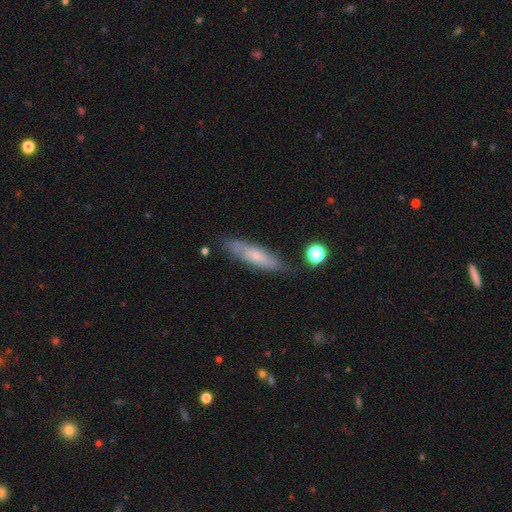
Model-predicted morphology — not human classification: A smooth galaxy with no disk features (48%). Merging: none (71%).